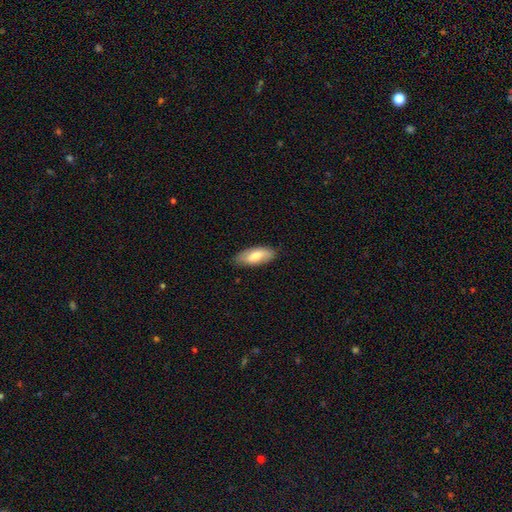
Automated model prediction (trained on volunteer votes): A smooth galaxy with no disk features (69%) that is in between round and cigar-shaped (84%).

Vote fractions:
- Smooth or featured? smooth: 69% / featured or disk: 25% / star or artifact: 6%
- How rounded? in between: 84% / cigar-shaped: 14% / round: 2%
- Merging? none: 83% / minor disturbance: 14% / major disturbance: 3% / merger: 1%